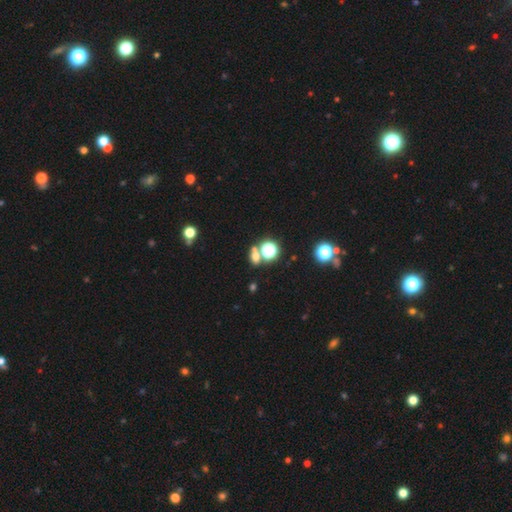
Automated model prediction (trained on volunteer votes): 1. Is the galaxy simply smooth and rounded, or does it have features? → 59% smooth, 29% star or artifact, 11% featured or disk.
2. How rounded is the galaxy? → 49% in between, 48% round, 3% cigar-shaped.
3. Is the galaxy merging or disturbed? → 58% none, 29% merger, 9% minor disturbance, 4% major disturbance.